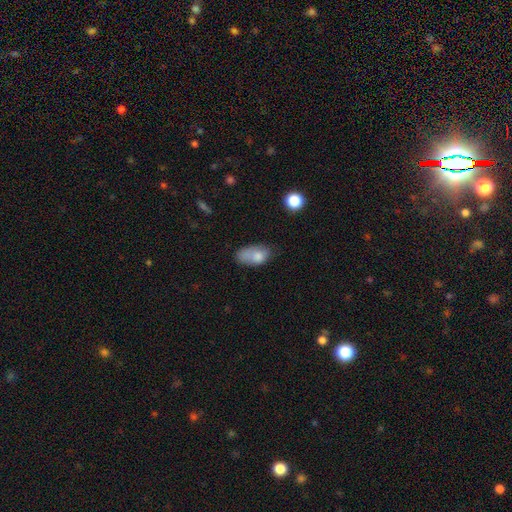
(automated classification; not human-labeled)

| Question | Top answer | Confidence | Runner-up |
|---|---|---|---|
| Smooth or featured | smooth | 77% | featured or disk (14%) |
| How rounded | in between | 90% | round (7%) |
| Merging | none | 40% | minor disturbance (34%) |